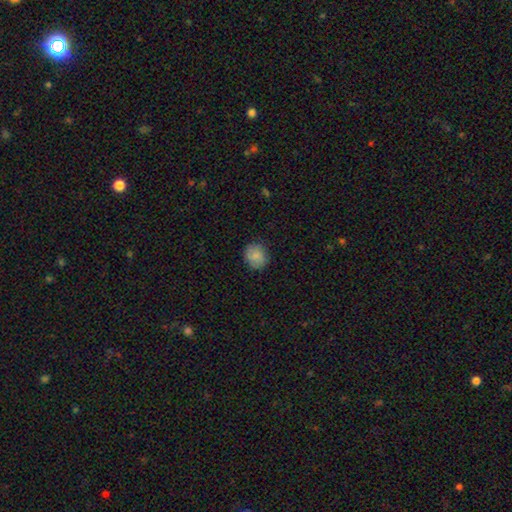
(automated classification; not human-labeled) The model was most divided on "how rounded": round: 78%, in between: 21%, cigar-shaped: 1%. More confident: smooth or featured — smooth (85%); merging — none (84%).